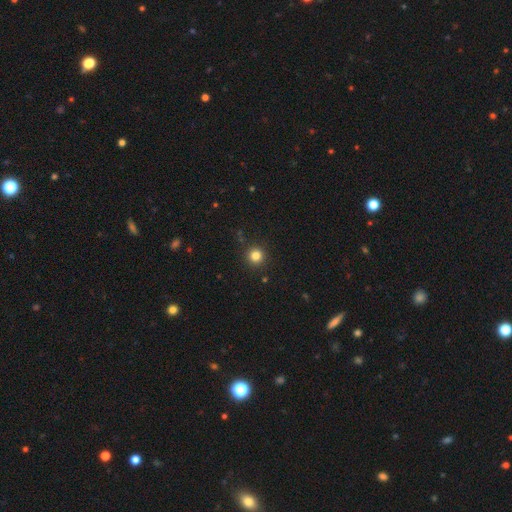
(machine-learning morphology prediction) A smooth galaxy with no disk features (82%) that is round (95%). Merging: none (91%).